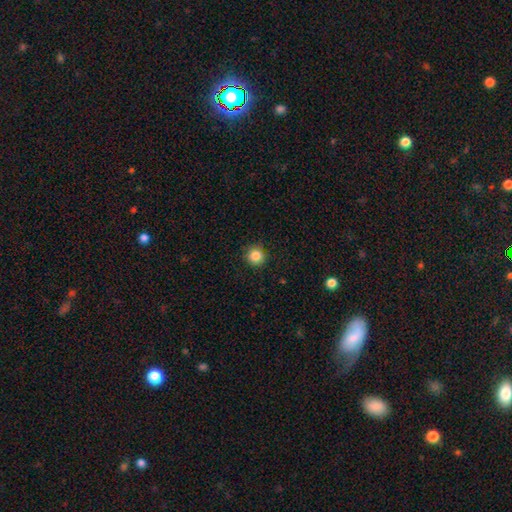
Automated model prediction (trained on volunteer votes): A smooth galaxy with no disk features (85%) that is round (94%).

Vote fractions:
- Smooth or featured? smooth: 85% / star or artifact: 10% / featured or disk: 4%
- How rounded? round: 94% / in between: 5% / cigar-shaped: 1%
- Merging? none: 90% / minor disturbance: 7% / major disturbance: 2% / merger: 1%